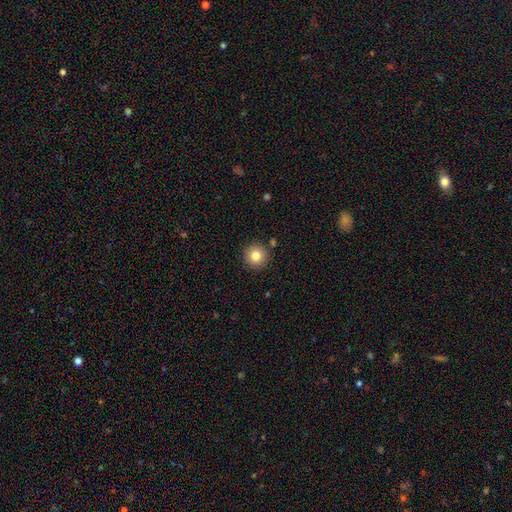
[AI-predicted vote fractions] Smooth or featured?
  - smooth: 82% *
  - star or artifact: 10%
  - featured or disk: 7%
How rounded?
  - round: 95% *
  - in between: 4%
  - cigar-shaped: 1%
Merging?
  - none: 90% *
  - minor disturbance: 6%
  - merger: 2%
  - major disturbance: 2%